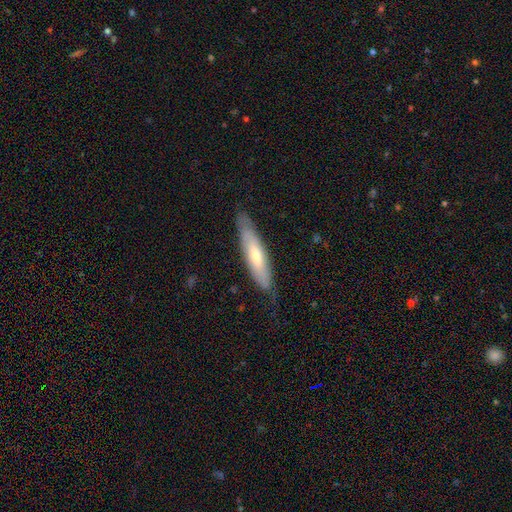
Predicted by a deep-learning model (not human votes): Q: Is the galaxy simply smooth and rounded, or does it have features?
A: smooth — 52%.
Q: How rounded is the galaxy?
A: cigar-shaped — 74%.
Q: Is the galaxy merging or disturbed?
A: none — 75%.